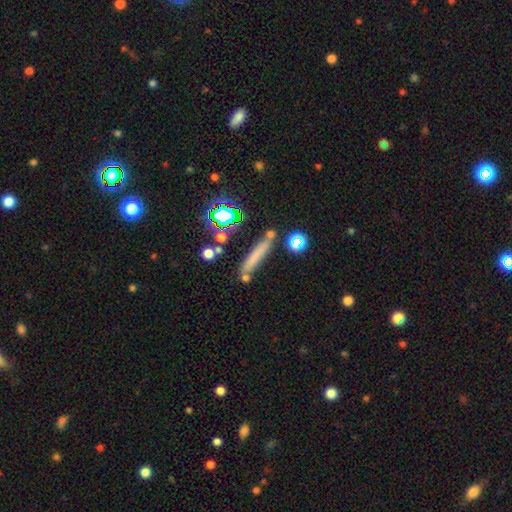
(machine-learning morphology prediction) Smooth or featured: smooth — 64% (featured or disk — 20%)
How rounded: cigar-shaped — 87% (in between — 9%)
Merging: none — 76% (minor disturbance — 12%)